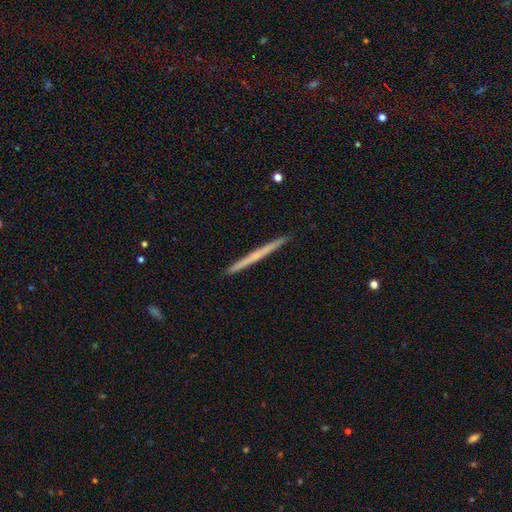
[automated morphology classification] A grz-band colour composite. It shows a featured or disk galaxy (53%) viewed edge-on (98%) with no central bulge (84%). Merging: none (93%).